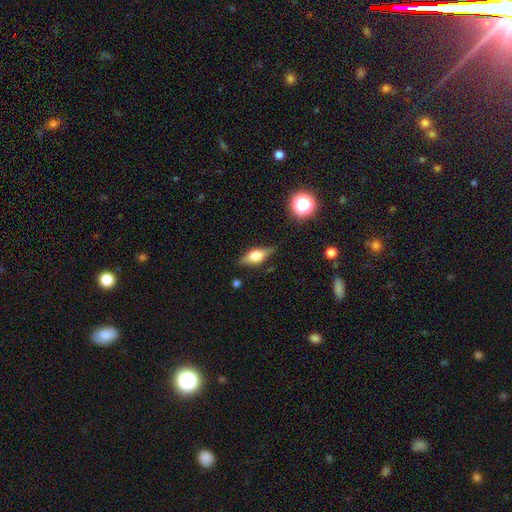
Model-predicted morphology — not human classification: Q: Smooth or featured?
A: featured or disk (50%); runner-up: smooth (41%)
Q: Edge-on disk?
A: yes (91%); runner-up: no (9%)
Q: Merging?
A: none (81%); runner-up: minor disturbance (14%)